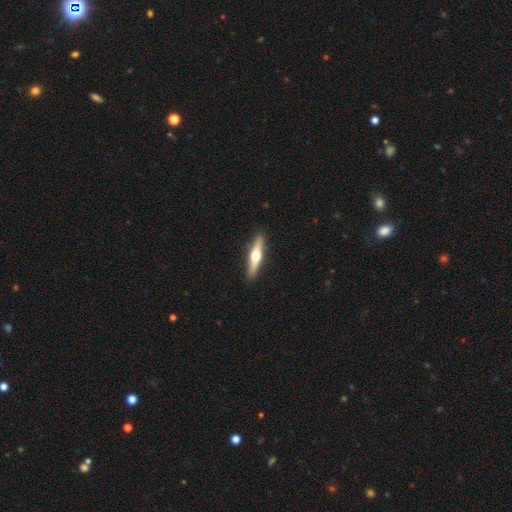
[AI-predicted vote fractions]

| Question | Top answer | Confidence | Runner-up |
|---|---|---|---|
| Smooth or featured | featured or disk | 59% | smooth (36%) |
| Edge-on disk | yes | 95% | no (5%) |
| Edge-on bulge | rounded | 95% | none (3%) |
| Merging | none | 91% | minor disturbance (7%) |